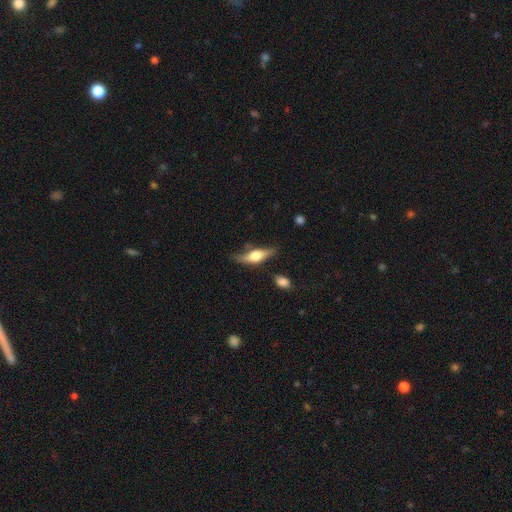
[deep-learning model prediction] Q: Smooth or featured?
A: featured or disk (50%); runner-up: smooth (43%)
Q: Edge-on disk?
A: yes (89%); runner-up: no (11%)
Q: Merging?
A: none (65%); runner-up: minor disturbance (23%)